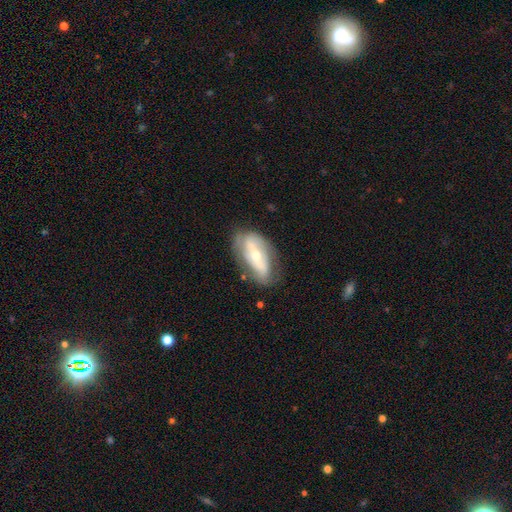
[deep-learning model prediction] featured or disk 64%, smooth 29%, star or artifact 7%. Down the decision tree: edge-on disk — no (86%); bar — strong (38%); spiral arms — yes (60%); bulge size — moderate (52%); merging — none (67%).